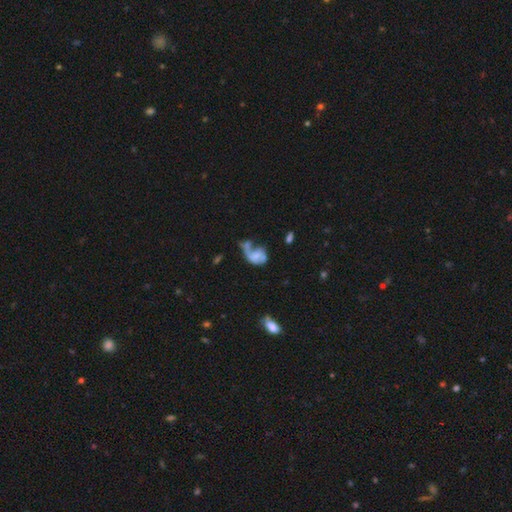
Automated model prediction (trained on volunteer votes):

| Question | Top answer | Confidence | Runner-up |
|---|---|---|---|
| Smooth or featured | featured or disk | 56% | smooth (34%) |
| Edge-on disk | no | 97% | yes (3%) |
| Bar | no | 68% | weak (25%) |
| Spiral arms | yes | 66% | no (34%) |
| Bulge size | none | 46% | small (30%) |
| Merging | major disturbance | 39% | none (22%) |